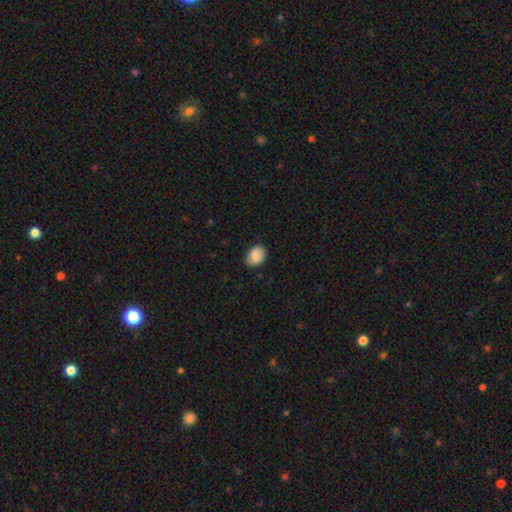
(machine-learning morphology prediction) smooth-or-featured: smooth: 82% | featured or disk: 11% | star or artifact: 7%
  how-rounded: in between: 68% | round: 31% | cigar-shaped: 1%
  merging: none: 80% | minor disturbance: 16% | major disturbance: 3% | merger: 1%